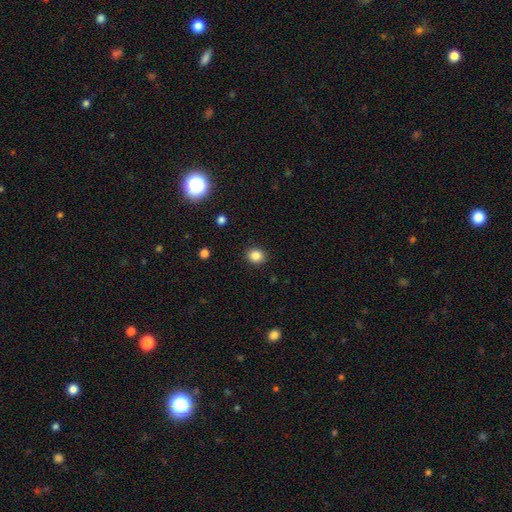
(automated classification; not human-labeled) Morphology: type=smooth (85%); roundness=round (75%); merging=none (91%).